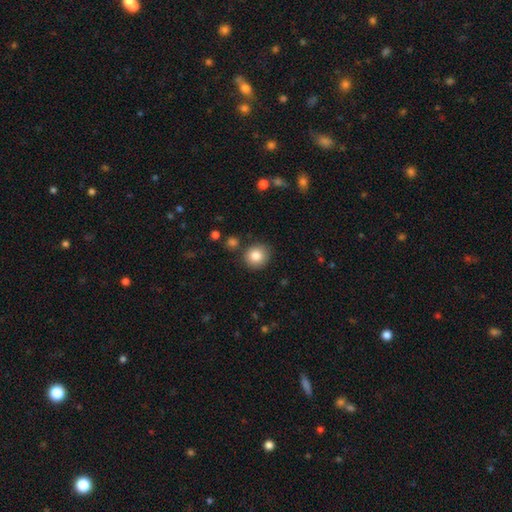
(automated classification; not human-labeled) Morphology: type=smooth (84%); roundness=round (86%); merging=none (84%).